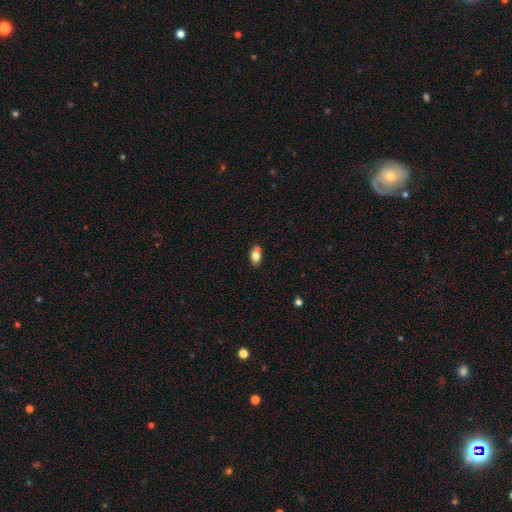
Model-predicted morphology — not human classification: Overall: smooth (78%). How rounded: in between (87%). Merging: none (70%).